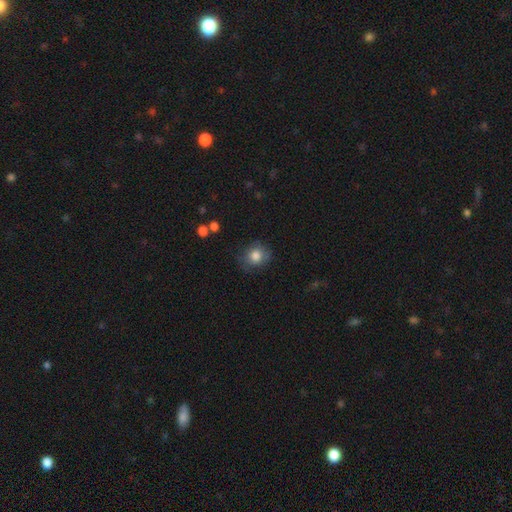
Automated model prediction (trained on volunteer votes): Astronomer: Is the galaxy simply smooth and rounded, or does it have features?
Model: smooth — 82%.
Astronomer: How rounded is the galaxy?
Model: round — 78%.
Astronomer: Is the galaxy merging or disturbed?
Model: none — 73%.